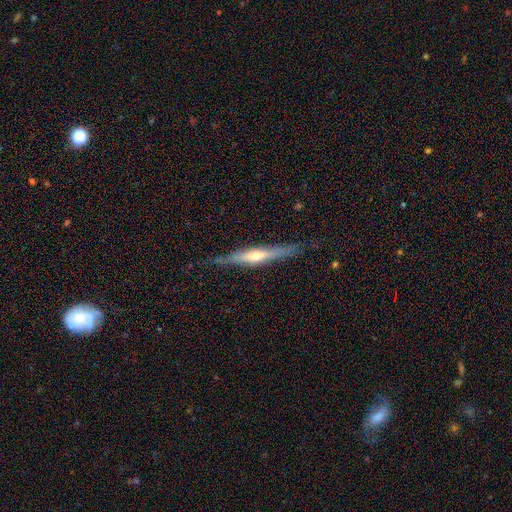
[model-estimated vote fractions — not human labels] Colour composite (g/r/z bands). It shows a featured or disk galaxy (71%) viewed edge-on (96%) with a rounded central bulge (79%). Merging: none (82%).